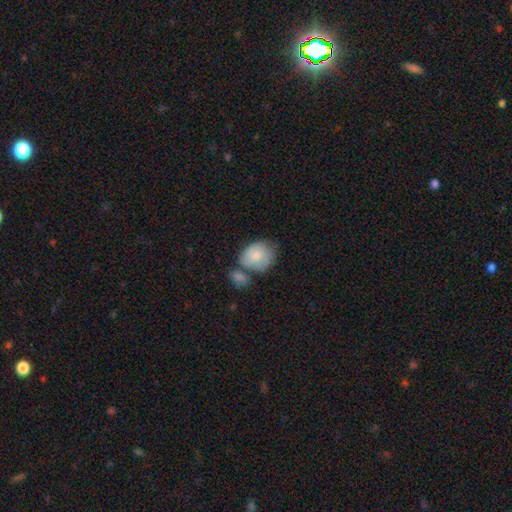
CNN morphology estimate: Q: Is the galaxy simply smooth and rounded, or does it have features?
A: smooth — 74%.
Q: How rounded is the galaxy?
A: in between — 53%.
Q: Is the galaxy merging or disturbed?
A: none — 37%.